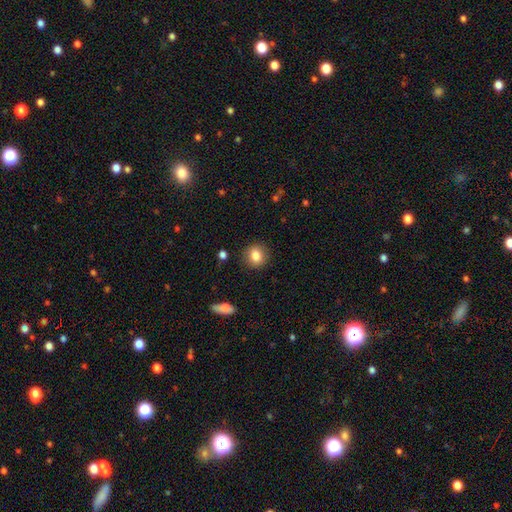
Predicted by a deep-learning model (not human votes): Smooth or featured? Predicted: smooth (p=0.83). How rounded? Predicted: round (p=0.76). Merging? Predicted: none (p=0.89).